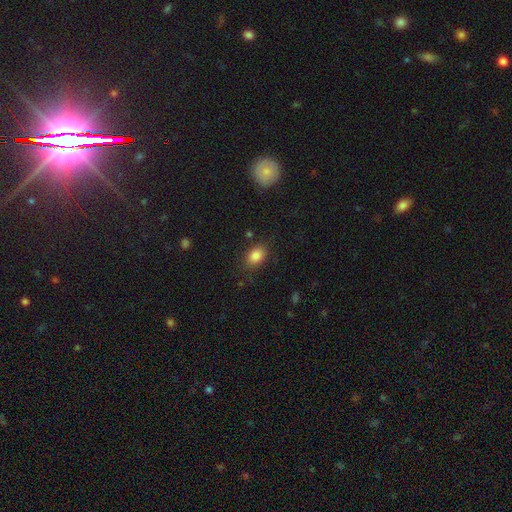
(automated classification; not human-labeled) A smooth galaxy with no disk features (84%) that is in between round and cigar-shaped (72%).

Vote fractions:
- Smooth or featured? smooth: 84% / star or artifact: 10% / featured or disk: 6%
- How rounded? in between: 72% / round: 27% / cigar-shaped: 1%
- Merging? none: 82% / minor disturbance: 13% / major disturbance: 4% / merger: 2%